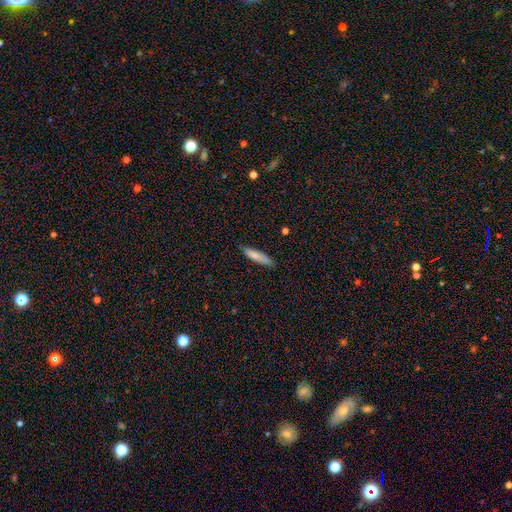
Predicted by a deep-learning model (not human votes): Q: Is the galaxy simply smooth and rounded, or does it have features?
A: smooth — 79%.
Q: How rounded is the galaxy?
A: cigar-shaped — 82%.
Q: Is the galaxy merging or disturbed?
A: none — 82%.